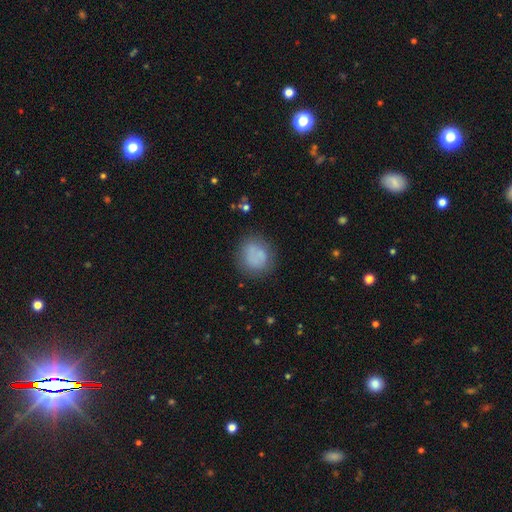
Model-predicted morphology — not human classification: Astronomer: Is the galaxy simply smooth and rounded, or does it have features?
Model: smooth — 75%.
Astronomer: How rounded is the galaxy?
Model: round — 82%.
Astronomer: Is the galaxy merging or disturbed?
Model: none — 69%.